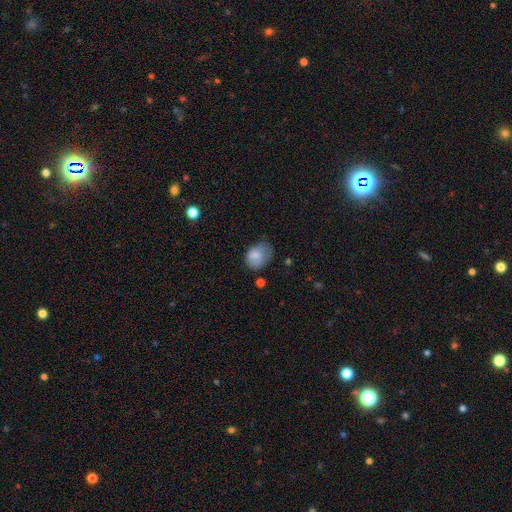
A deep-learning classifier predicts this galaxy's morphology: smooth_or_featured: smooth (p=0.78) [alt: featured or disk p=0.13]
how_rounded: in between (p=0.69) [alt: round p=0.30]
merging: none (p=0.50) [alt: minor disturbance p=0.34]